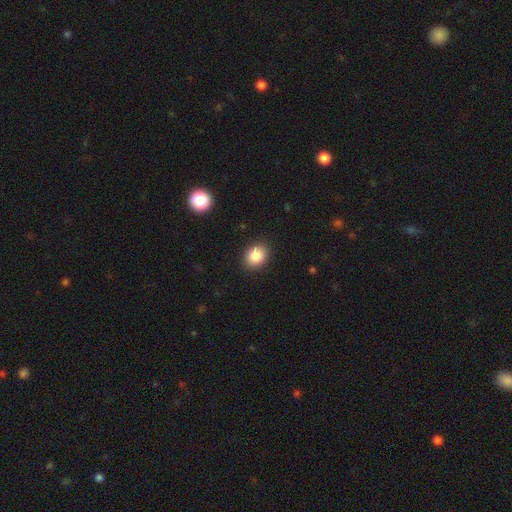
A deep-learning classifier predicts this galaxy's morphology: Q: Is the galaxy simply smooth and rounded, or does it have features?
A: smooth — 85%.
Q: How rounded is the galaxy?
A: in between — 58%.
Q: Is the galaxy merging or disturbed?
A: none — 87%.